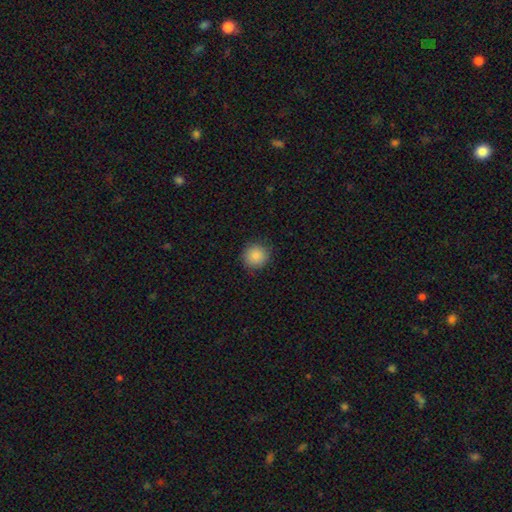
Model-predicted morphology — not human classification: Smooth or featured: smooth — 87% (star or artifact — 9%)
How rounded: round — 92% (in between — 7%)
Merging: none — 88% (minor disturbance — 9%)